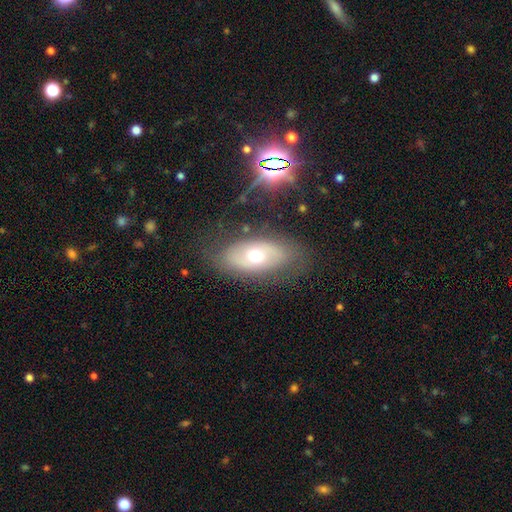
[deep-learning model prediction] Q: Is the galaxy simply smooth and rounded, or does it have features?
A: smooth — 47%.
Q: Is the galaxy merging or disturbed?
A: none — 74%.